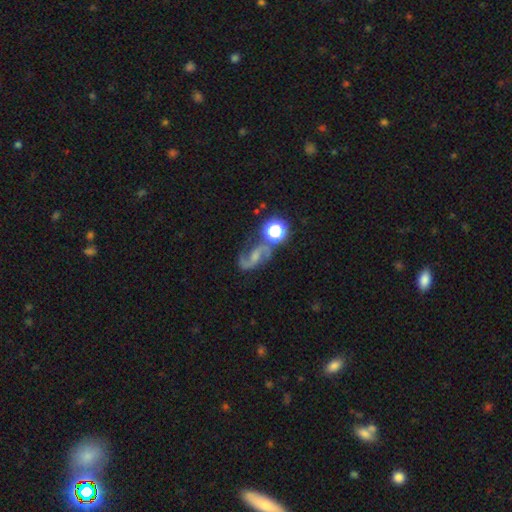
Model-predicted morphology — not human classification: The model was most divided on "spiral winding": loose: 49%, medium: 42%, tight: 8%. Remaining: edge-on disk — no (97%); spiral arms — yes (96%); spiral arm count — 2 (92%); smooth or featured — featured or disk (81%); merging — none (65%); bar — weak (45%); bulge size — small (44%).